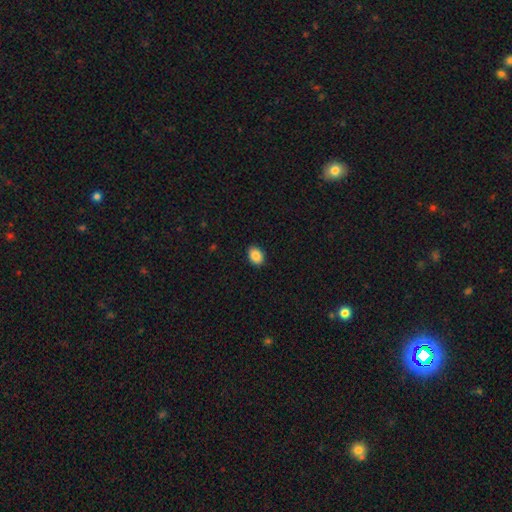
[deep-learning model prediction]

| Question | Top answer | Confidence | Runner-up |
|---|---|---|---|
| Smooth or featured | smooth | 88% | star or artifact (8%) |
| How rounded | in between | 71% | round (28%) |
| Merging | none | 90% | minor disturbance (7%) |